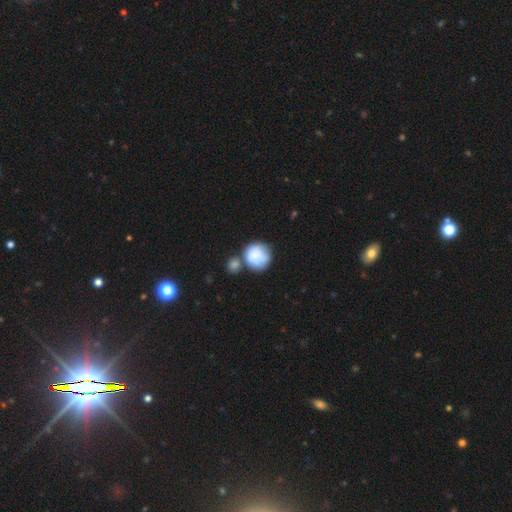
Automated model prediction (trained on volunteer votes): Smooth or featured? smooth (80%)
How rounded? round (87%)
Merging? none (43%)